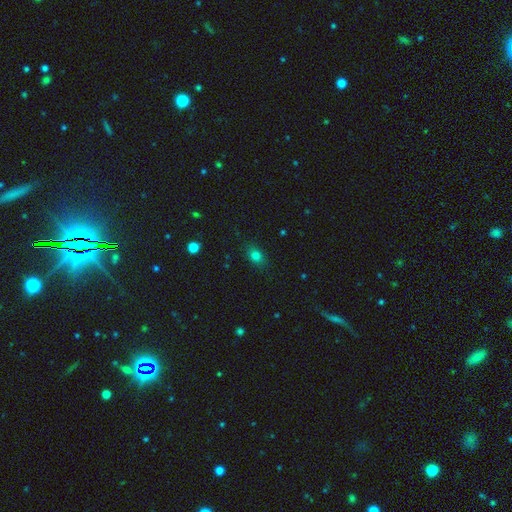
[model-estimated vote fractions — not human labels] The model was most divided on "how rounded": in between: 64%, round: 34%, cigar-shaped: 2%. More confident: merging — none (85%); smooth or featured — smooth (77%).